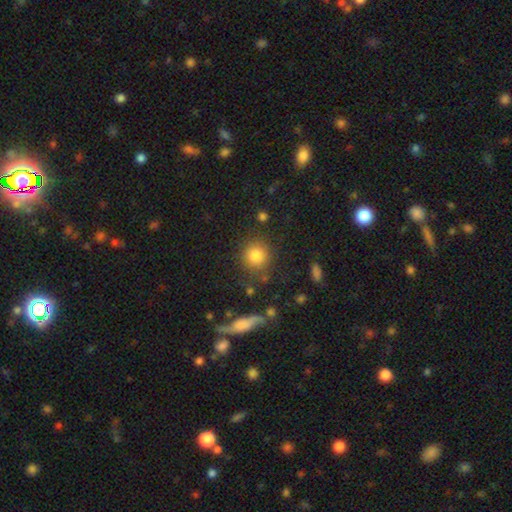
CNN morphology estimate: Smooth or featured? smooth (81%)
How rounded? round (90%)
Merging? none (82%)